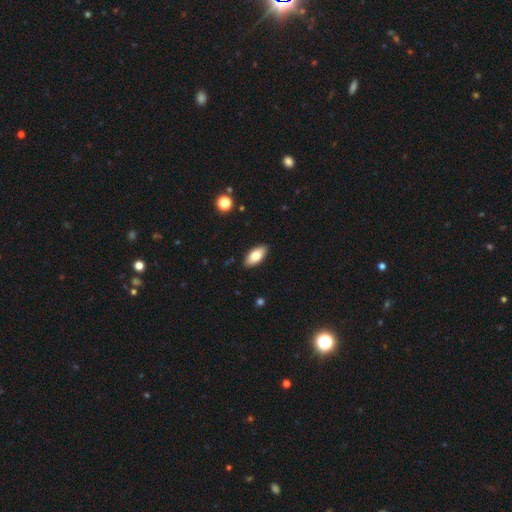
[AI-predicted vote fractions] Smooth or featured: smooth — 76% (featured or disk — 17%)
How rounded: in between — 90% (cigar-shaped — 7%)
Merging: none — 89% (minor disturbance — 8%)